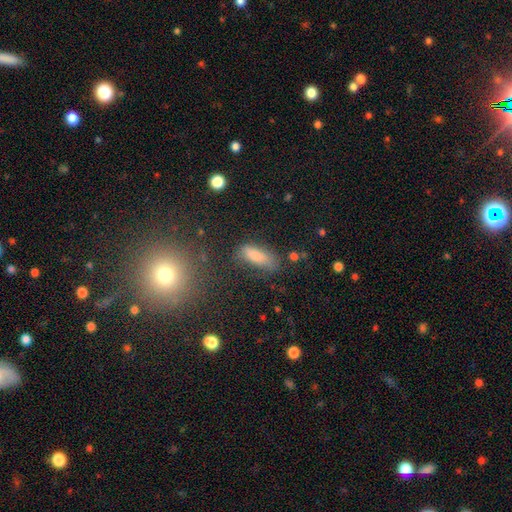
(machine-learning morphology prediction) The model was most divided on "how rounded": in between: 62%, cigar-shaped: 35%, round: 3%. More confident: smooth or featured — smooth (81%); merging — none (63%).